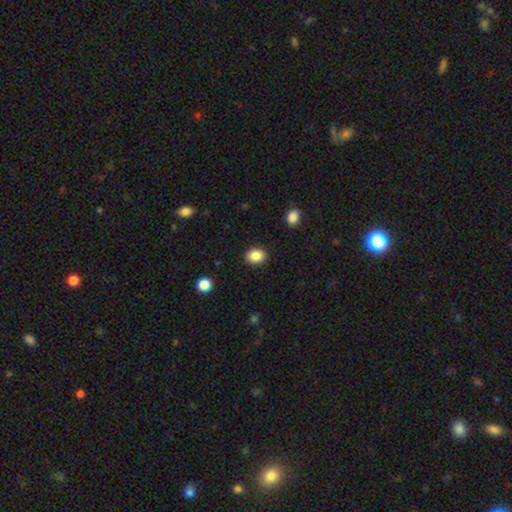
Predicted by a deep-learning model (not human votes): A smooth galaxy with no disk features (87%) that is in between round and cigar-shaped (66%). Merging: none (89%).